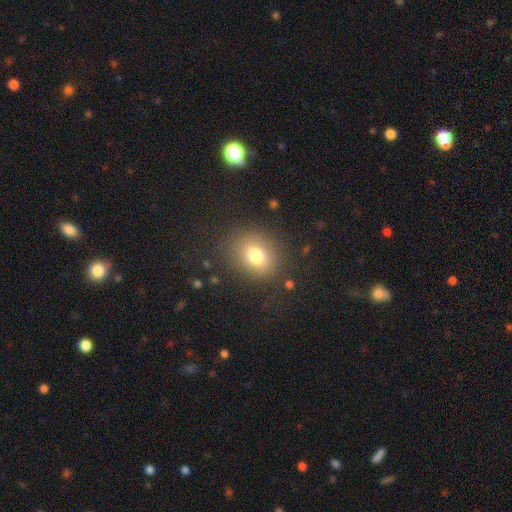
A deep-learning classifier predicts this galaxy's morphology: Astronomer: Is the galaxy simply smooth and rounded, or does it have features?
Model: smooth — 77%.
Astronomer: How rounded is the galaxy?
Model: round — 65%.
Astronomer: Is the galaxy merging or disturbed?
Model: none — 83%.